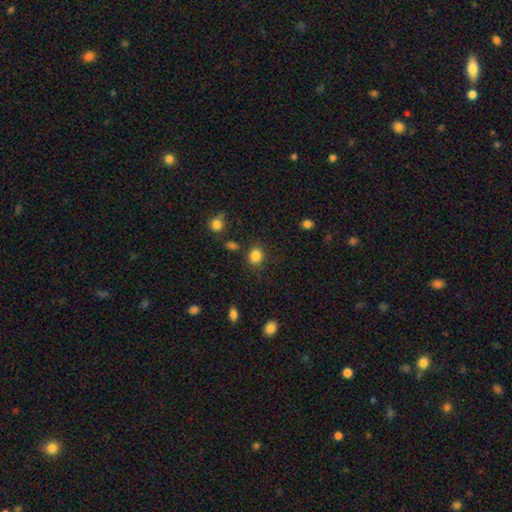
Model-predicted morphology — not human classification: smooth 85%, star or artifact 11%, featured or disk 4%. Down the decision tree: how rounded — round (75%); merging — none (82%).